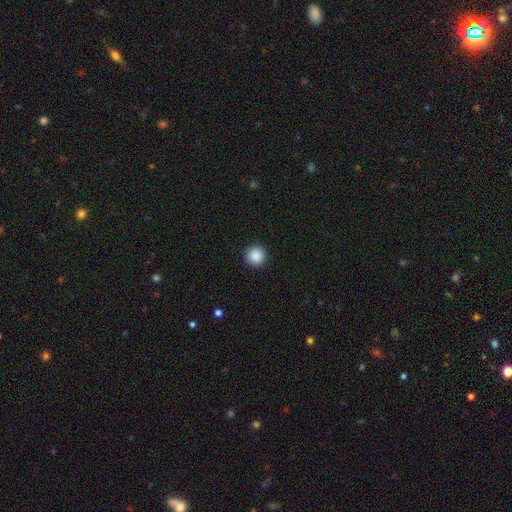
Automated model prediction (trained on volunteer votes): Overall: smooth (88%). How rounded: round (96%). Merging: none (93%).